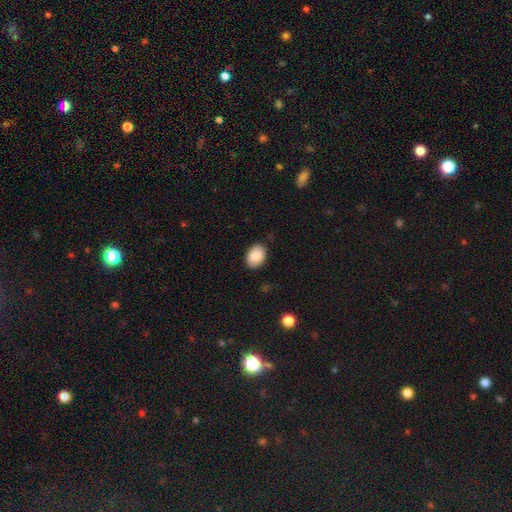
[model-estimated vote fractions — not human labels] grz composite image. It shows a smooth galaxy with no disk features (88%) that is in between round and cigar-shaped (77%). Merging: none (86%).